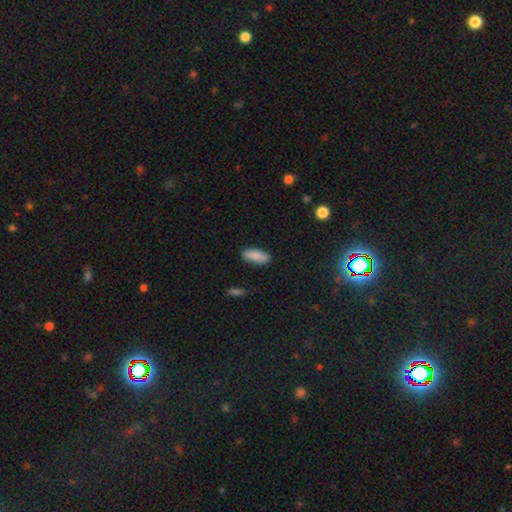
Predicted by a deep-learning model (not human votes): smooth 86%, featured or disk 7%, star or artifact 6%. Down the decision tree: how rounded — in between (76%); merging — none (84%).